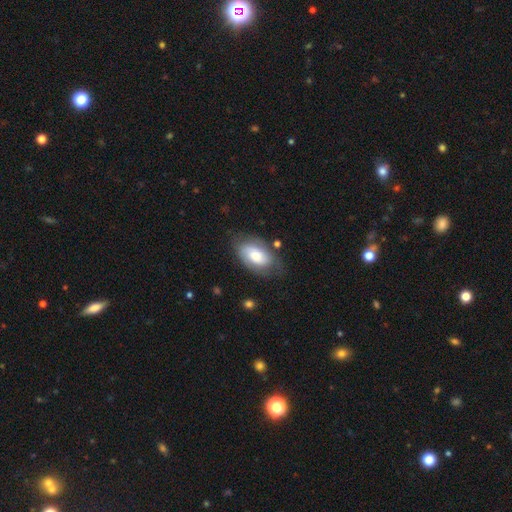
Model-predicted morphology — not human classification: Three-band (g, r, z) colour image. It shows a smooth galaxy with no disk features (59%) that is in between round and cigar-shaped (93%). Merging: none (64%).